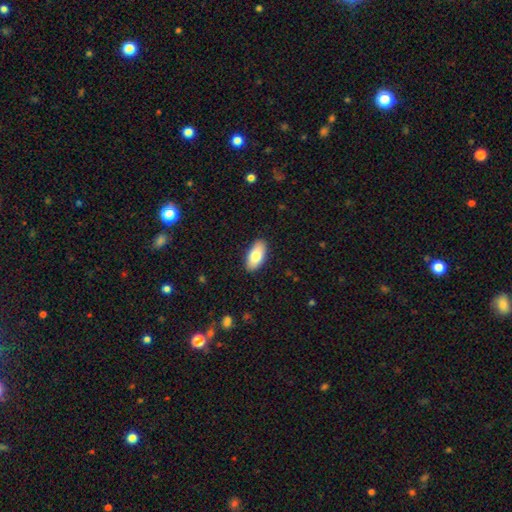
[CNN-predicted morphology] Smooth or featured?
  - smooth: 79% *
  - featured or disk: 15%
  - star or artifact: 6%
How rounded?
  - in between: 93% *
  - cigar-shaped: 5%
  - round: 3%
Merging?
  - none: 89% *
  - minor disturbance: 9%
  - major disturbance: 2%
  - merger: 1%